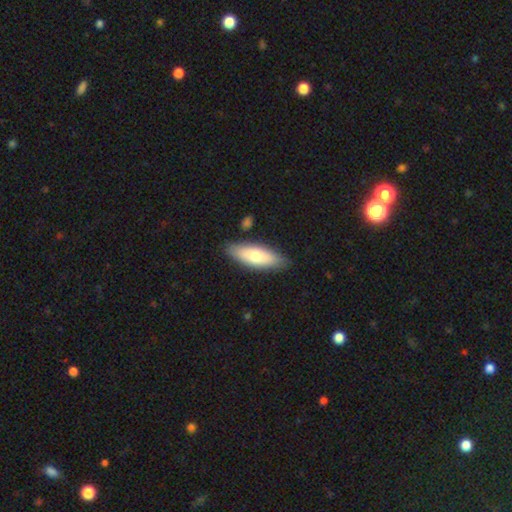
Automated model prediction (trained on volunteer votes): Smooth or featured: smooth — 71% (featured or disk — 24%)
How rounded: in between — 62% (cigar-shaped — 36%)
Merging: none — 84% (minor disturbance — 11%)